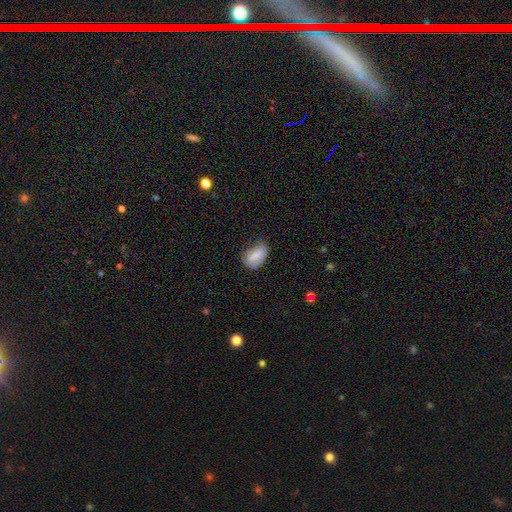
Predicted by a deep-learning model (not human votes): A smooth galaxy with no disk features (67%) that is in between round and cigar-shaped (86%). Merging: none (62%).